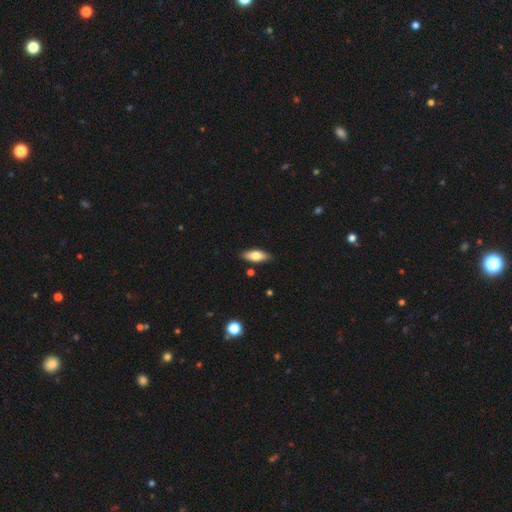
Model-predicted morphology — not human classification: smooth_or_featured: smooth (p=0.74) [alt: featured or disk p=0.20]
how_rounded: in between (p=0.76) [alt: cigar-shaped p=0.22]
merging: none (p=0.86) [alt: minor disturbance p=0.10]